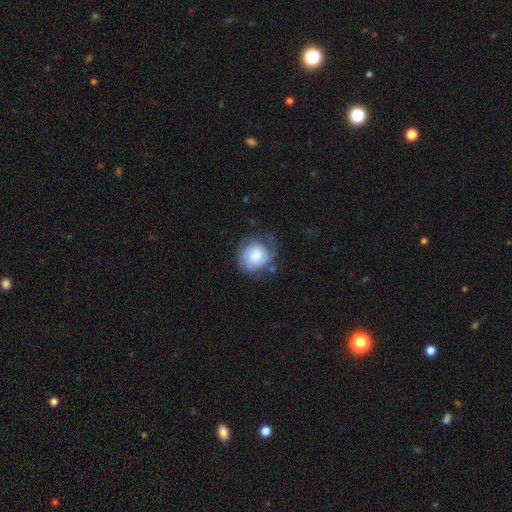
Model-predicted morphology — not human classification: Q: Smooth or featured?
A: smooth (63%); runner-up: featured or disk (29%)
Q: How rounded?
A: round (84%); runner-up: in between (15%)
Q: Merging?
A: none (52%); runner-up: minor disturbance (29%)